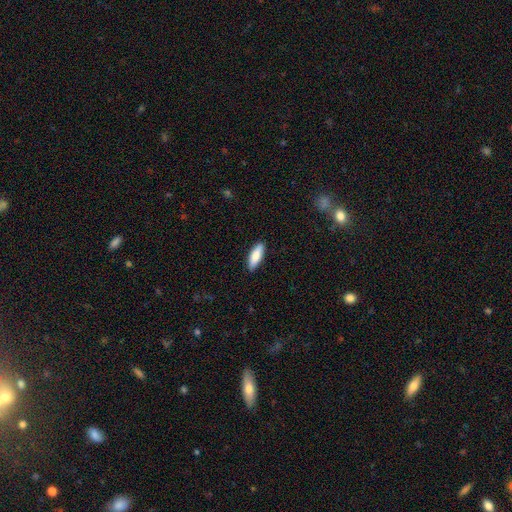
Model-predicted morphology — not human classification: A smooth galaxy with no disk features (82%) that is in between round and cigar-shaped (58%). Merging: none (89%).